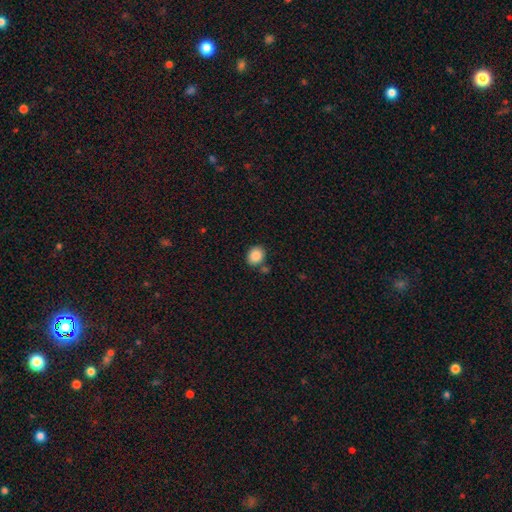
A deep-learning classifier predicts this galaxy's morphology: type=smooth (87%); roundness=round (62%); merging=none (77%).